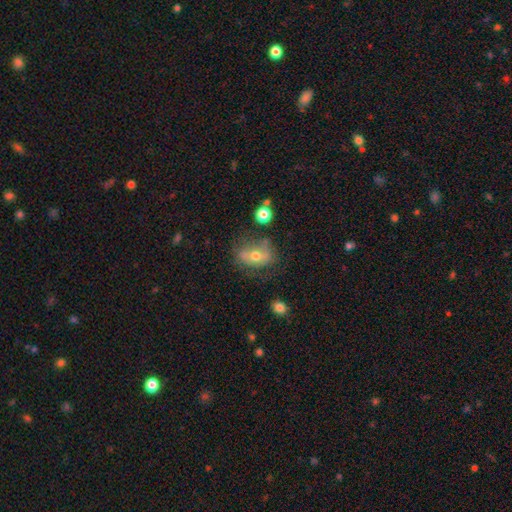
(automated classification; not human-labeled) Smooth or featured? Predicted: smooth (p=0.52). How rounded? Predicted: in between (p=0.73). Merging? Predicted: none (p=0.57).